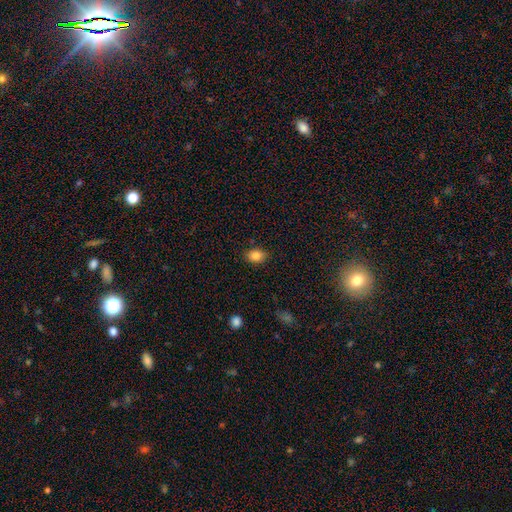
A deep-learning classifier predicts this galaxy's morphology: Overall: smooth (84%). How rounded: in between (73%). Merging: none (87%).